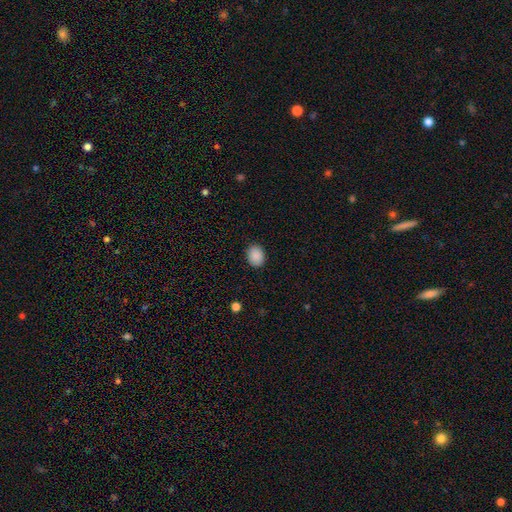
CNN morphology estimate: The model was most divided on "how rounded": in between: 54%, round: 46%, cigar-shaped: 1%. More confident: smooth or featured — smooth (89%); merging — none (89%).